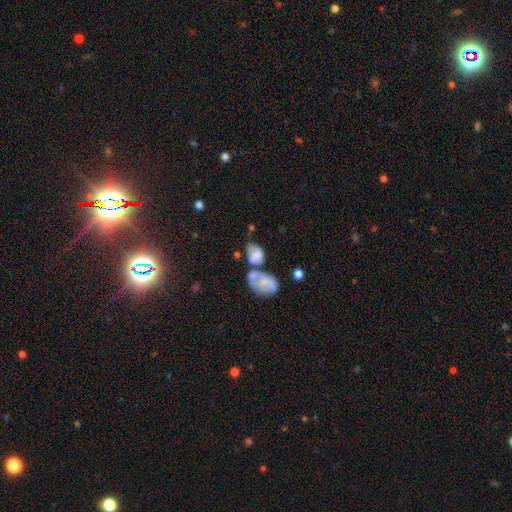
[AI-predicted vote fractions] A smooth galaxy with no disk features (67%) that is in between round and cigar-shaped (82%). Merging: merger (59%).